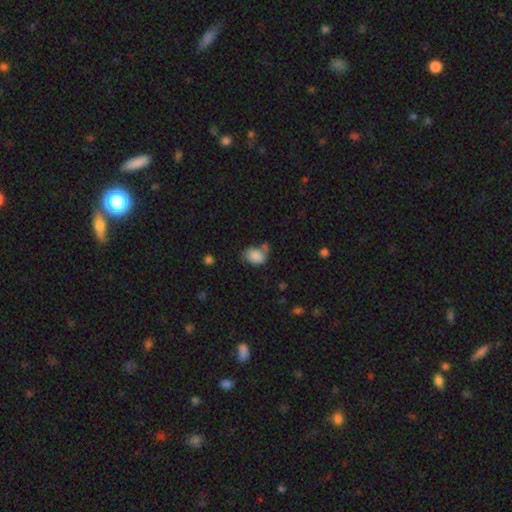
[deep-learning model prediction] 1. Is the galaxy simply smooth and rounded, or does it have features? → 84% smooth, 8% star or artifact, 7% featured or disk.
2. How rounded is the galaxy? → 64% in between, 35% round, 1% cigar-shaped.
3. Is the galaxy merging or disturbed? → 50% none, 23% minor disturbance, 18% merger, 9% major disturbance.